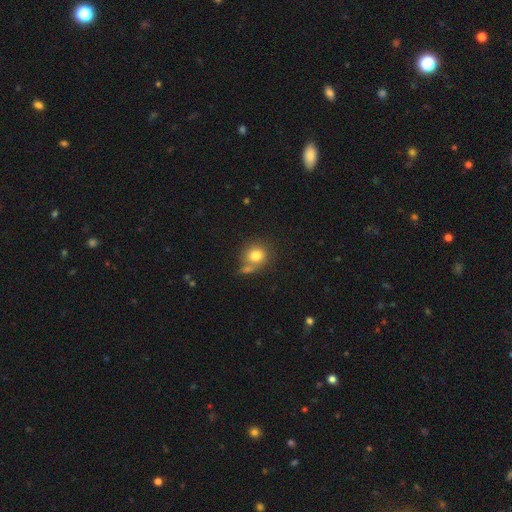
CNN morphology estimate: smooth_or_featured: smooth (p=0.80) [alt: star or artifact p=0.10]
how_rounded: round (p=0.78) [alt: in between p=0.21]
merging: none (p=0.53) [alt: merger p=0.26]